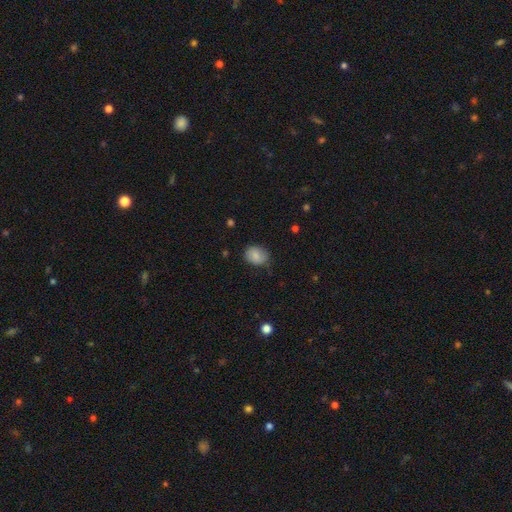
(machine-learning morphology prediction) type=smooth (82%); roundness=in between (50%); merging=none (71%).